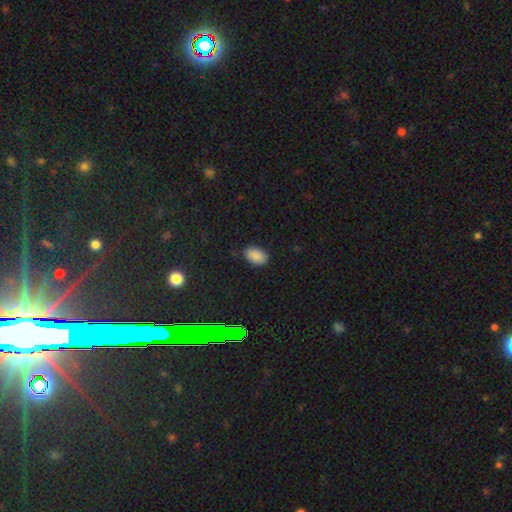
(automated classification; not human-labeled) Smooth or featured?
  - smooth: 88% *
  - star or artifact: 9%
  - featured or disk: 3%
How rounded?
  - in between: 92% *
  - round: 7%
  - cigar-shaped: 1%
Merging?
  - none: 87% *
  - minor disturbance: 10%
  - major disturbance: 2%
  - merger: 1%